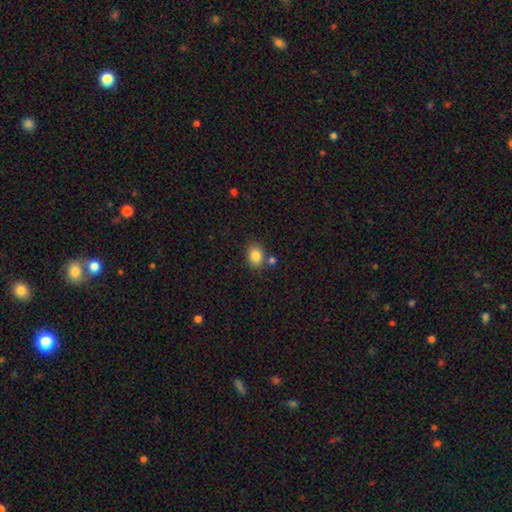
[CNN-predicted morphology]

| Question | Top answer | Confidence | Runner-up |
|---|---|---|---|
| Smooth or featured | smooth | 84% | star or artifact (9%) |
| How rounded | in between | 56% | round (43%) |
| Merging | none | 72% | merger (13%) |